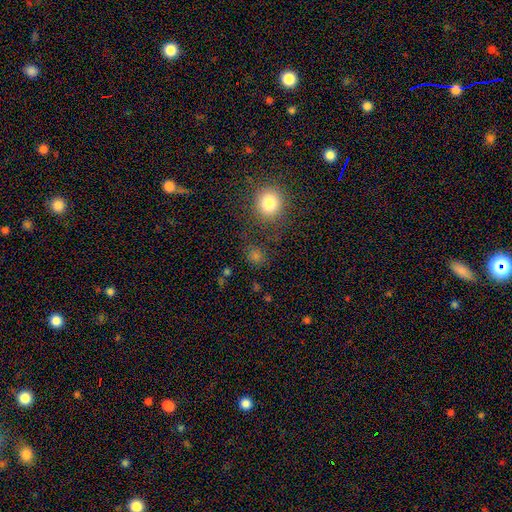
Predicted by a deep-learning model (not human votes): smooth_or_featured: smooth (p=0.68) [alt: star or artifact p=0.25]
how_rounded: round (p=0.83) [alt: in between p=0.15]
merging: none (p=0.78) [alt: minor disturbance p=0.11]